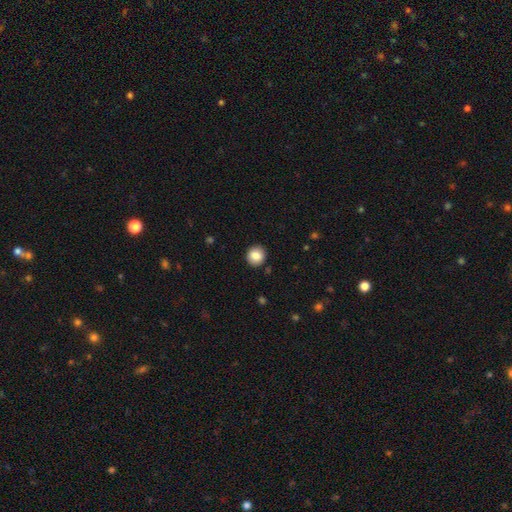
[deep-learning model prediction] smooth_or_featured: smooth (p=0.86) [alt: star or artifact p=0.08]
how_rounded: round (p=0.88) [alt: in between p=0.11]
merging: none (p=0.91) [alt: minor disturbance p=0.06]